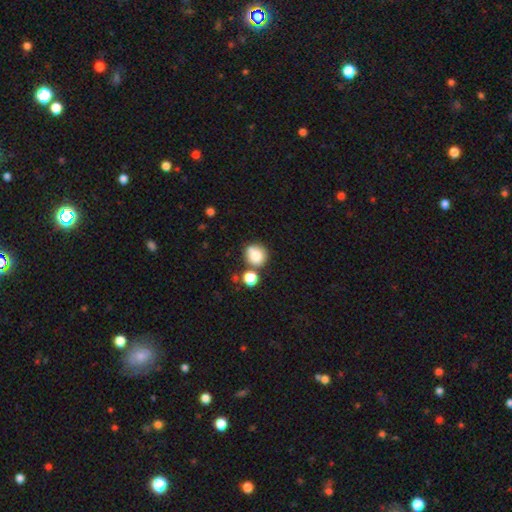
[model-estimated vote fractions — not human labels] A smooth galaxy with no disk features (78%) that is round (88%).

Vote fractions:
- Smooth or featured? smooth: 78% / featured or disk: 11% / star or artifact: 11%
- How rounded? round: 88% / in between: 11% / cigar-shaped: 1%
- Merging? none: 58% / merger: 25% / minor disturbance: 12% / major disturbance: 4%